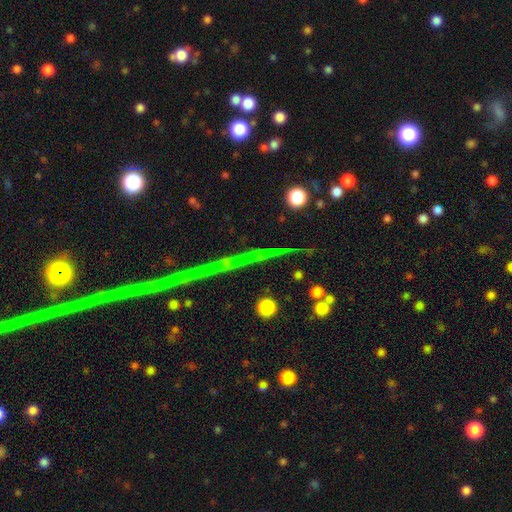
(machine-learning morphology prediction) smooth_or_featured: star or artifact (p=0.76) [alt: featured or disk p=0.14]